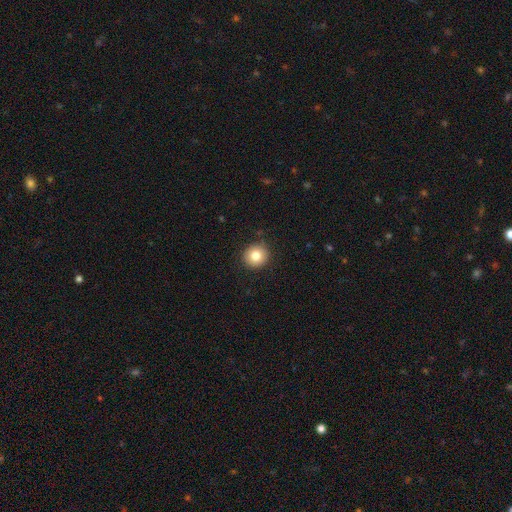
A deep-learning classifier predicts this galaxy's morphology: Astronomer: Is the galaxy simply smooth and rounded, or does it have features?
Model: smooth — 83%.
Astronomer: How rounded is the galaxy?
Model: round — 92%.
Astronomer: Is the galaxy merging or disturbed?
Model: none — 89%.